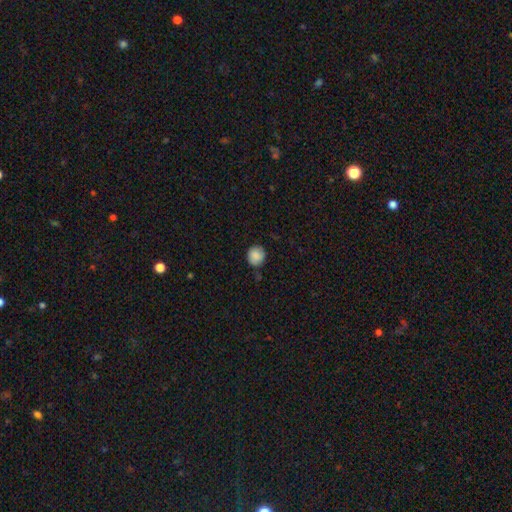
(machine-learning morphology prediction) Q: Smooth or featured?
A: smooth (86%); runner-up: star or artifact (8%)
Q: How rounded?
A: round (87%); runner-up: in between (12%)
Q: Merging?
A: none (77%); runner-up: minor disturbance (18%)